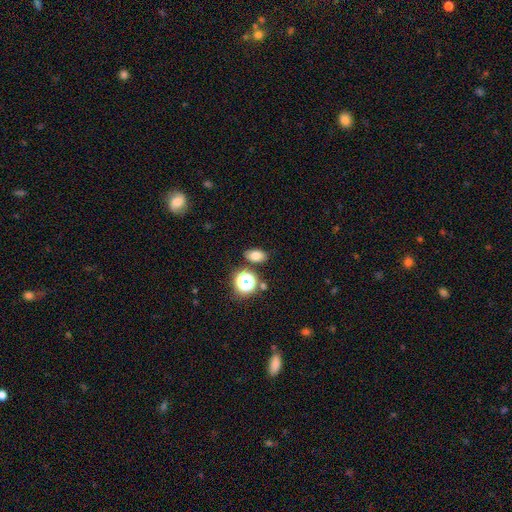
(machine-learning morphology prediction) Smooth or featured? smooth (76%)
How rounded? in between (80%)
Merging? none (82%)